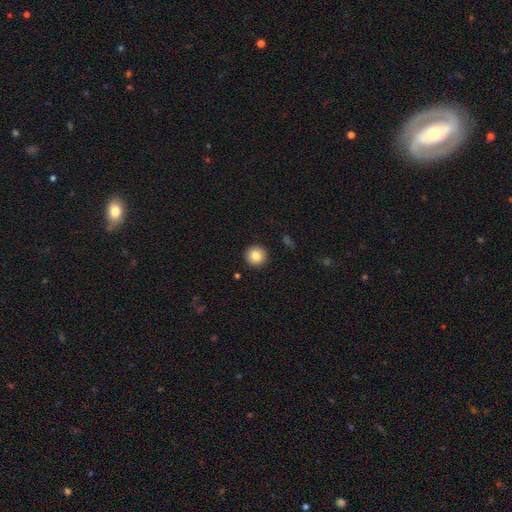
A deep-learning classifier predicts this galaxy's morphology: smooth-or-featured: smooth: 83% | star or artifact: 9% | featured or disk: 8%
  how-rounded: round: 95% | in between: 4% | cigar-shaped: 1%
  merging: none: 93% | minor disturbance: 5% | major disturbance: 2% | merger: 1%